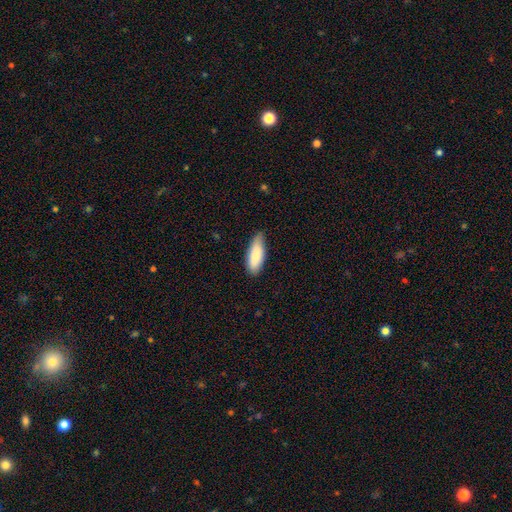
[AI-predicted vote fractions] smooth_or_featured: smooth (p=0.81) [alt: featured or disk p=0.13]
how_rounded: in between (p=0.70) [alt: cigar-shaped p=0.28]
merging: none (p=0.70) [alt: minor disturbance p=0.26]